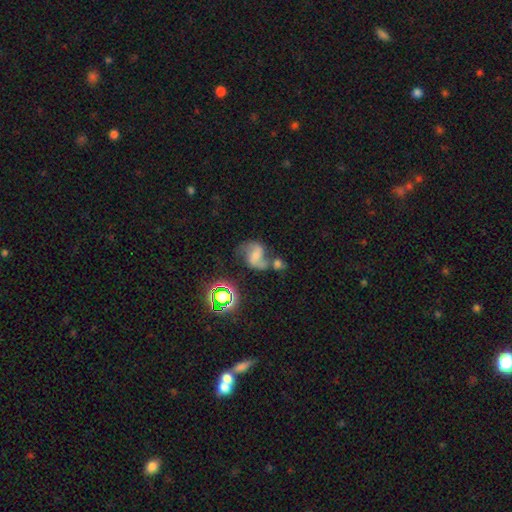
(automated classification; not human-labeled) Morphology: type=featured or disk (56%); edge-on=no (97%); bar=weak (41%); spiral arms=yes (84%); bulge=small (34%); merging=merger (39%).